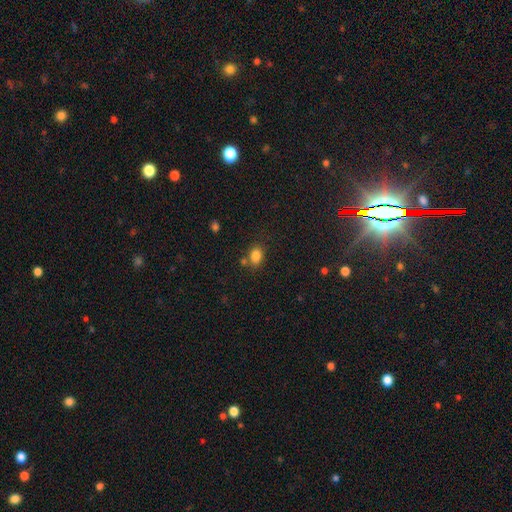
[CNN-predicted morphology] smooth 84%, star or artifact 11%, featured or disk 5%. Down the decision tree: how rounded — in between (65%); merging — none (69%).